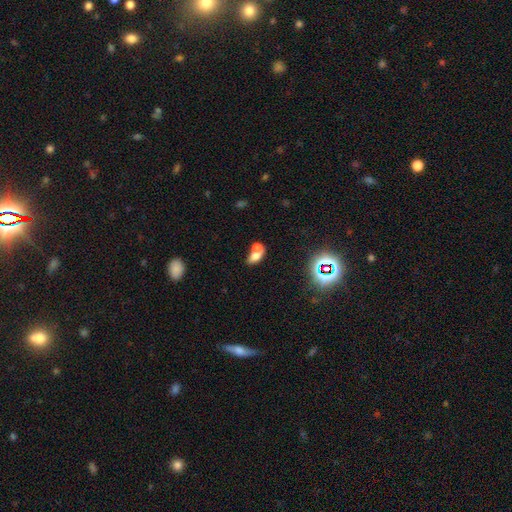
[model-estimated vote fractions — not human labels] A smooth galaxy with no disk features (66%) that is in between round and cigar-shaped (76%). Merging: merger (65%).